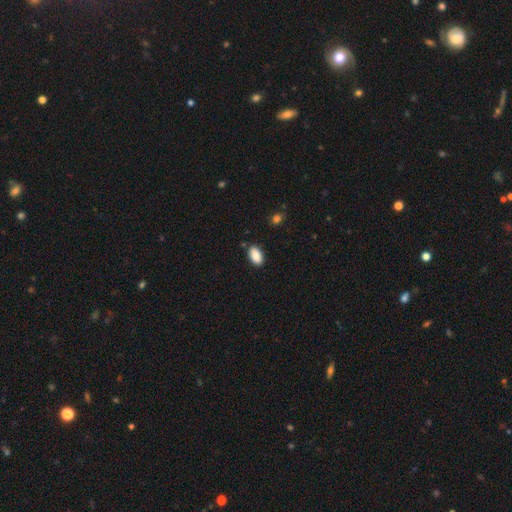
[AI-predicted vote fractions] A smooth galaxy with no disk features (88%) that is in between round and cigar-shaped (94%). Merging: none (86%).